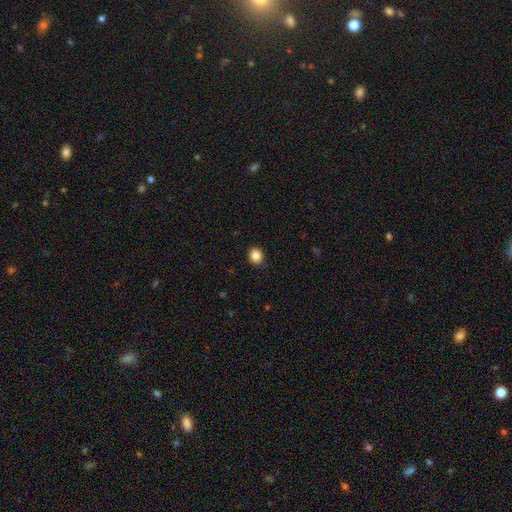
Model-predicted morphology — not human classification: The model was most divided on "how rounded": round: 81%, in between: 19%, cigar-shaped: 1%. More confident: merging — none (89%); smooth or featured — smooth (85%).